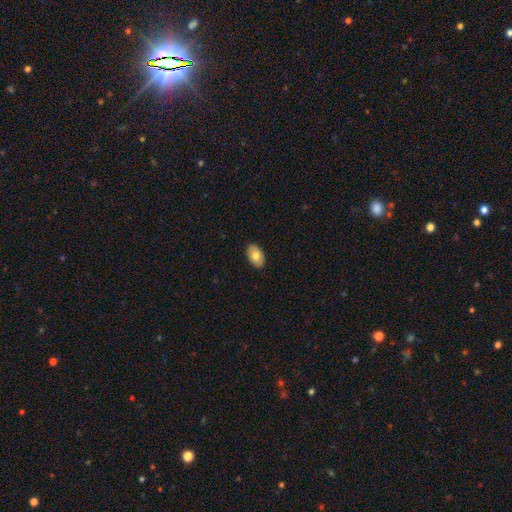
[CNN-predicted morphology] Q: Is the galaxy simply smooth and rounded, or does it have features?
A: smooth — 75%.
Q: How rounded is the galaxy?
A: in between — 92%.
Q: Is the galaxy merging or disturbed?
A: none — 89%.